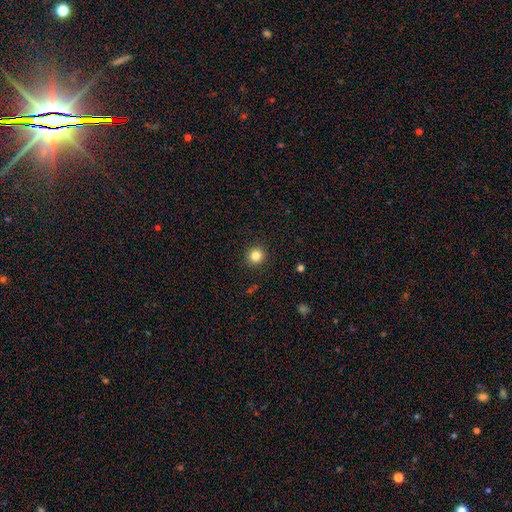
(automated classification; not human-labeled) Smooth or featured?
  - smooth: 83% *
  - star or artifact: 12%
  - featured or disk: 6%
How rounded?
  - round: 94% *
  - in between: 6%
  - cigar-shaped: 1%
Merging?
  - none: 92% *
  - minor disturbance: 5%
  - major disturbance: 2%
  - merger: 1%